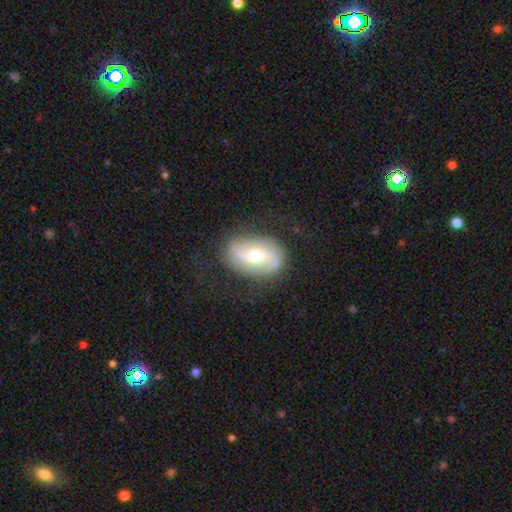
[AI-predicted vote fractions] This appears to be a featured or disk galaxy (68%) with no bar (39%), 2 (82%) loose (45%) spiral arms (83%) and a moderate central bulge (71%). Merging: none (74%).